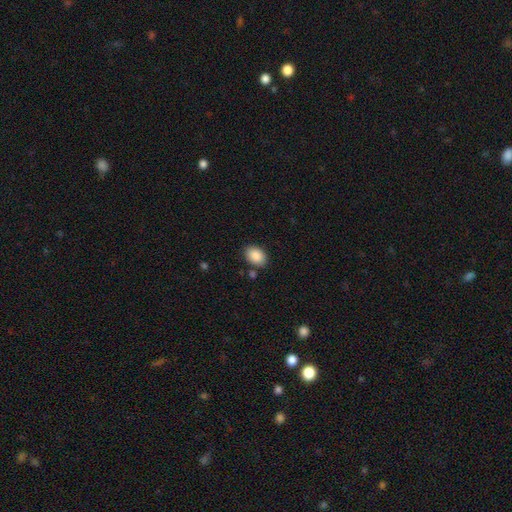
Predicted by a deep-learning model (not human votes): Smooth or featured: smooth — 89% (star or artifact — 7%)
How rounded: in between — 79% (round — 20%)
Merging: none — 83% (minor disturbance — 11%)